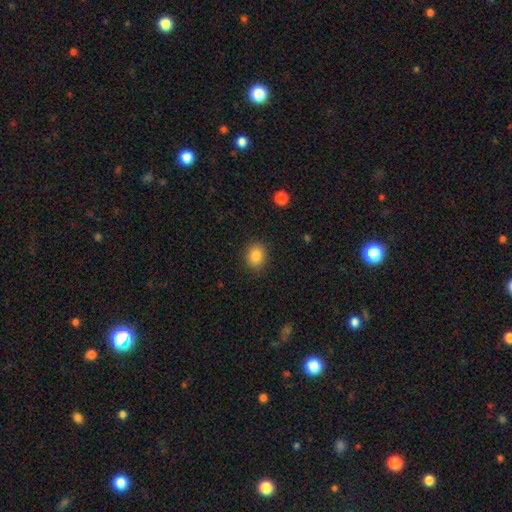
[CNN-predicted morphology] Smooth or featured: smooth — 85% (star or artifact — 10%)
How rounded: round — 63% (in between — 36%)
Merging: none — 88% (minor disturbance — 8%)